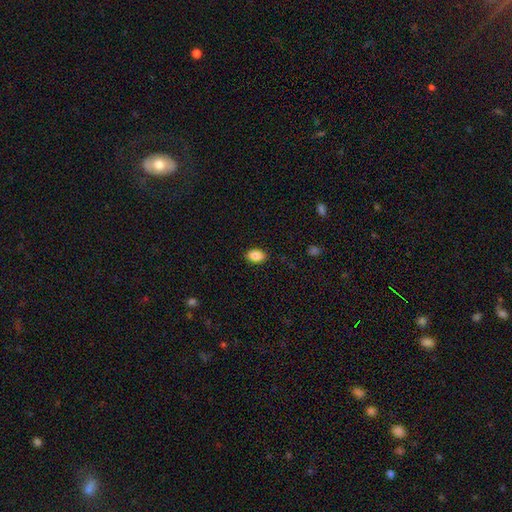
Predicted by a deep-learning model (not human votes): Smooth or featured? smooth (88%)
How rounded? in between (84%)
Merging? none (87%)